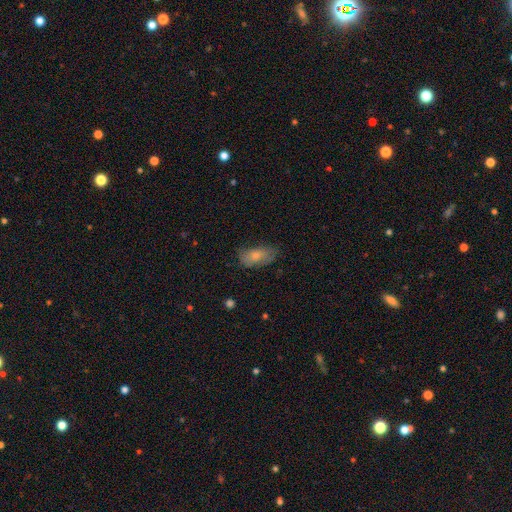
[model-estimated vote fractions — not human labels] smooth_or_featured: smooth (p=0.76) [alt: featured or disk p=0.17]
how_rounded: in between (p=0.90) [alt: cigar-shaped p=0.05]
merging: none (p=0.61) [alt: minor disturbance p=0.28]